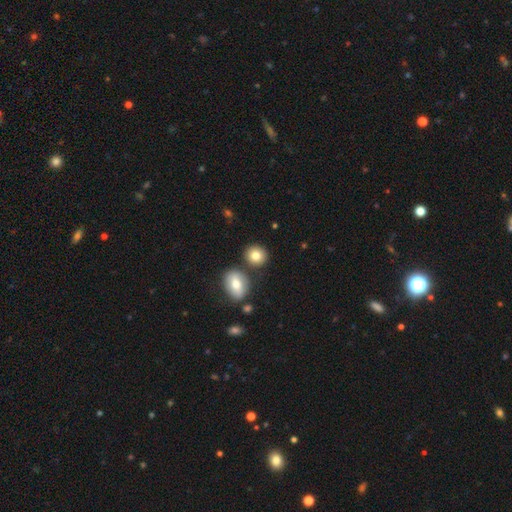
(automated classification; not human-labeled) A smooth galaxy with no disk features (81%) that is round (80%).

Vote fractions:
- Smooth or featured? smooth: 81% / featured or disk: 9% / star or artifact: 9%
- How rounded? round: 80% / in between: 19% / cigar-shaped: 1%
- Merging? none: 77% / merger: 12% / minor disturbance: 9% / major disturbance: 3%